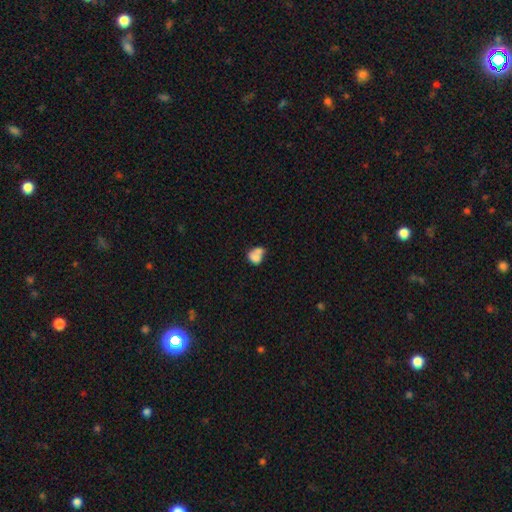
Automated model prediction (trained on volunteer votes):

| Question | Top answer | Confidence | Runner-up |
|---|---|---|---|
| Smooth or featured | smooth | 69% | featured or disk (21%) |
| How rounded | in between | 54% | round (44%) |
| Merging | merger | 55% | none (23%) |